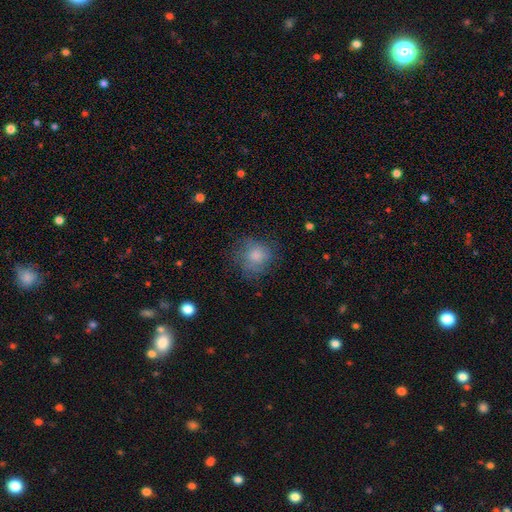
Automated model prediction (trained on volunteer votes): Overall: smooth (77%). How rounded: round (84%). Merging: none (68%).